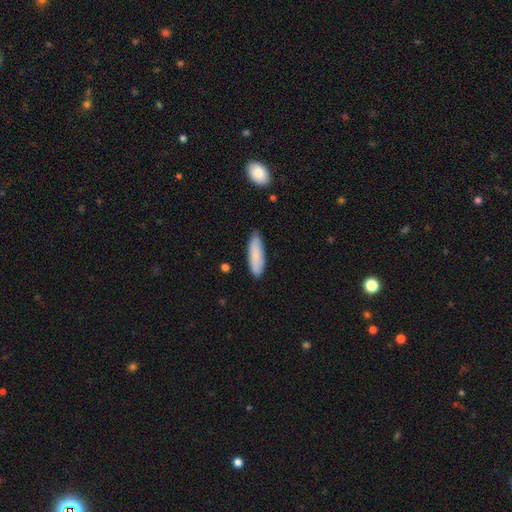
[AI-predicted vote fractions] This appears to be a smooth galaxy with no disk features (83%) that is cigar-shaped (54%). Merging: none (82%).